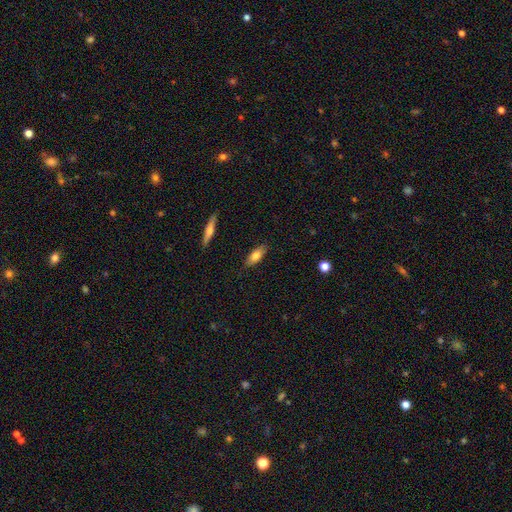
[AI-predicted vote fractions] Overall: smooth (74%). How rounded: in between (71%). Merging: none (85%).